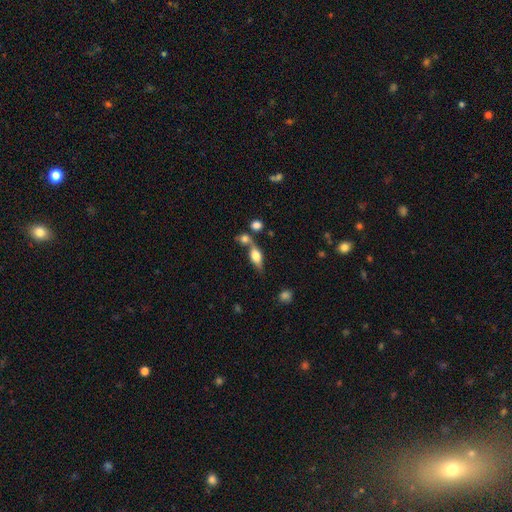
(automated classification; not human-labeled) Overall: smooth (54%; featured or disk 37%). How rounded: in between (69%). Merging: none (46%; merger 34%).